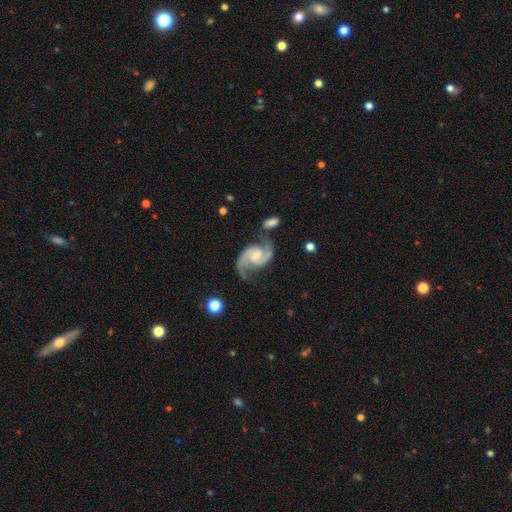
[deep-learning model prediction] Morphology: type=featured or disk (92%); edge-on=no (98%); bar=no (52%); spiral arms=yes (98%); winding=medium (57%); arm count=2 (93%); bulge=small (46%); merging=none (64%).